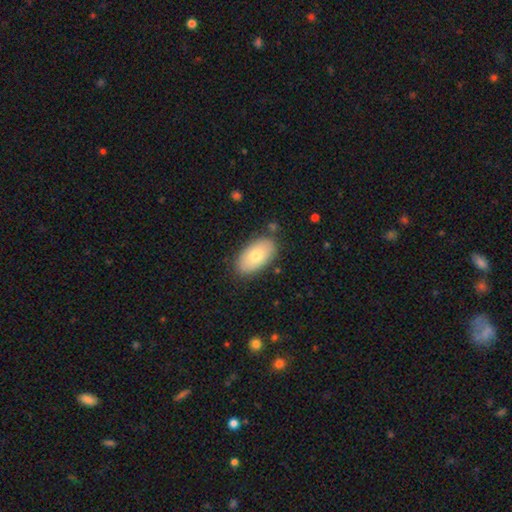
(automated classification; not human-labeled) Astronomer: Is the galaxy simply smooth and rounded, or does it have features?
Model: smooth — 75%.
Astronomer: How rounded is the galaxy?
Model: in between — 94%.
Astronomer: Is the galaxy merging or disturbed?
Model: none — 83%.